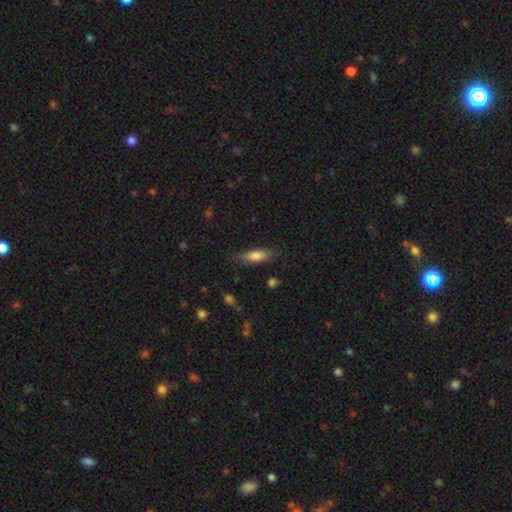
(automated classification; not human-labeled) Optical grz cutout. It shows a smooth galaxy with no disk features (78%) that is in between round and cigar-shaped (60%). Merging: none (74%).